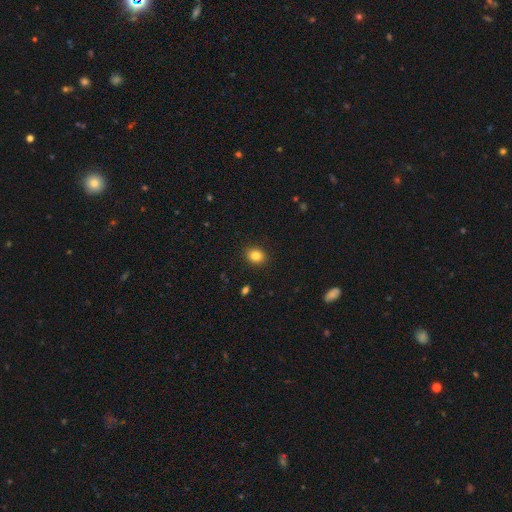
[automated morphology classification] type=smooth (84%); roundness=round (60%); merging=none (90%).